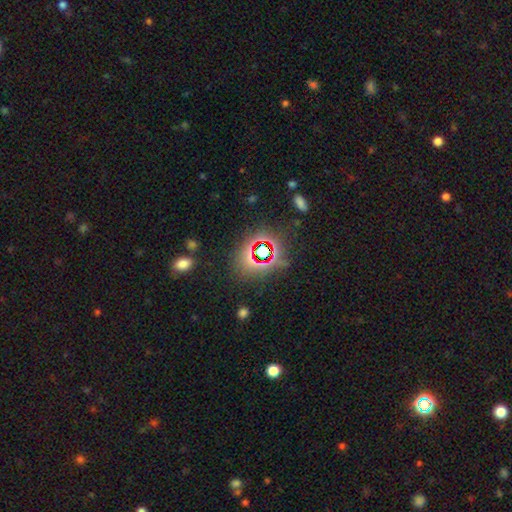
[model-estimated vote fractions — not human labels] The model was most divided on "smooth or featured": star or artifact: 73%, smooth: 17%, featured or disk: 9%.